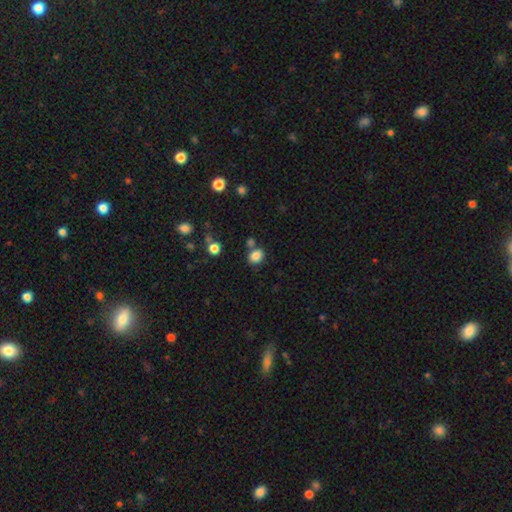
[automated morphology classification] Smooth or featured? Predicted: smooth (p=0.84). How rounded? Predicted: round (p=0.61). Merging? Predicted: none (p=0.70).